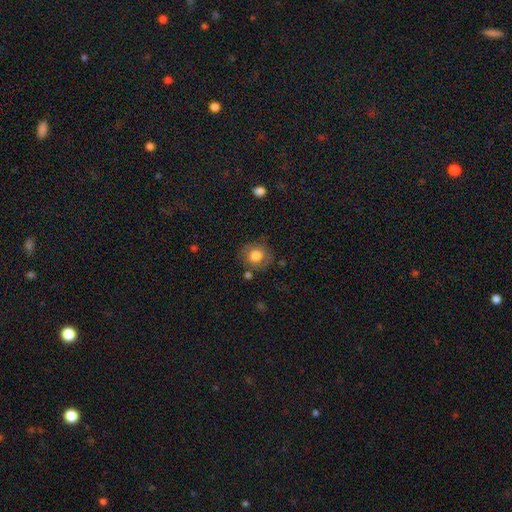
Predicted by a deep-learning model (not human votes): Smooth or featured? Predicted: smooth (p=0.78). How rounded? Predicted: round (p=0.82). Merging? Predicted: none (p=0.75).